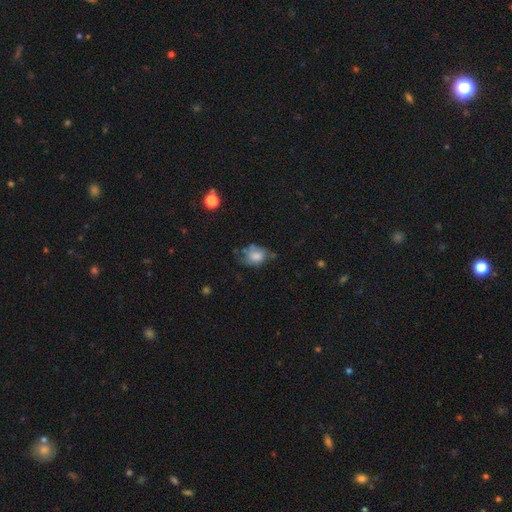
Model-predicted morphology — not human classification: This appears to be a smooth galaxy with no disk features (70%) that is in between round and cigar-shaped (59%). Merging: none (39%).